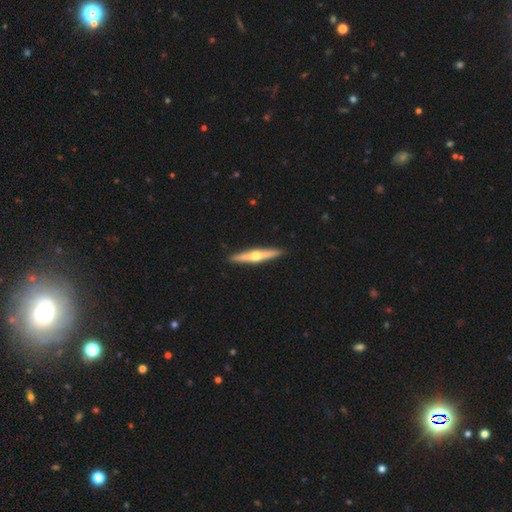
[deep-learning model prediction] Smooth or featured: featured or disk — 67% (smooth — 28%)
Edge-on disk: yes — 97% (no — 3%)
Edge-on bulge: rounded — 94% (none — 4%)
Merging: none — 92% (minor disturbance — 6%)